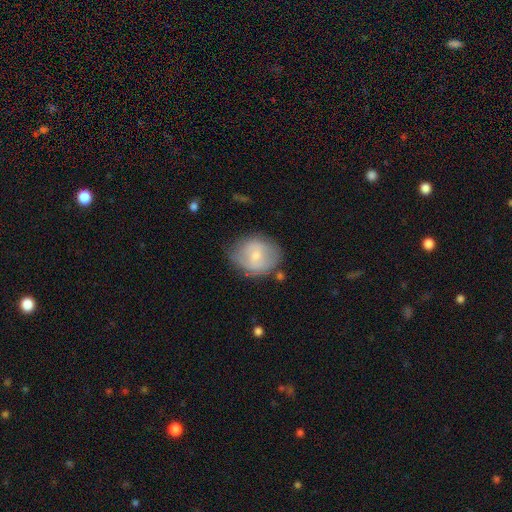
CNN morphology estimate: Smooth or featured: smooth — 52% (featured or disk — 42%)
How rounded: round — 64% (in between — 35%)
Merging: none — 61% (minor disturbance — 27%)